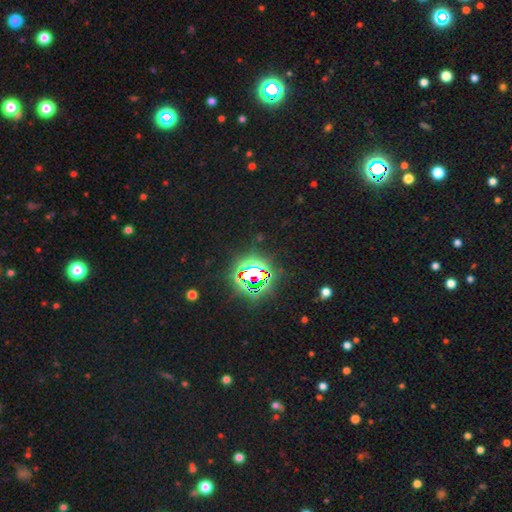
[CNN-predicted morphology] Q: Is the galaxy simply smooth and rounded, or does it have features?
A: star or artifact — 82%.